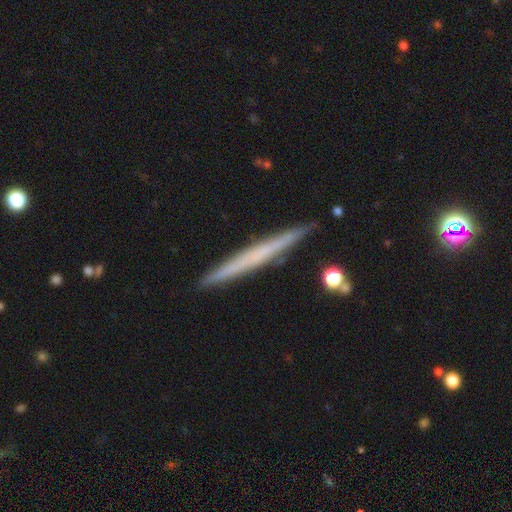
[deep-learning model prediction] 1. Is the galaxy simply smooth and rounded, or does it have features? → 52% featured or disk, 42% smooth, 7% star or artifact.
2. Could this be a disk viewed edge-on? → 97% yes, 3% no.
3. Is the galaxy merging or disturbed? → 91% none, 7% minor disturbance, 1% merger, 1% major disturbance.